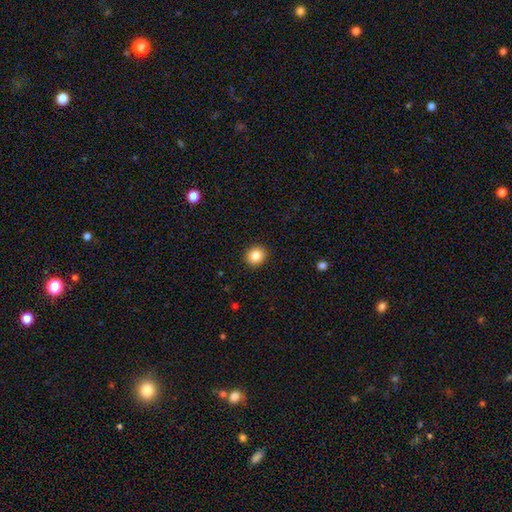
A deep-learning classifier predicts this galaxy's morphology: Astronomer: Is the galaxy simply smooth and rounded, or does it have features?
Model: smooth — 84%.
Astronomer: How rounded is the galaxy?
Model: round — 84%.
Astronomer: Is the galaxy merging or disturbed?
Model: none — 92%.